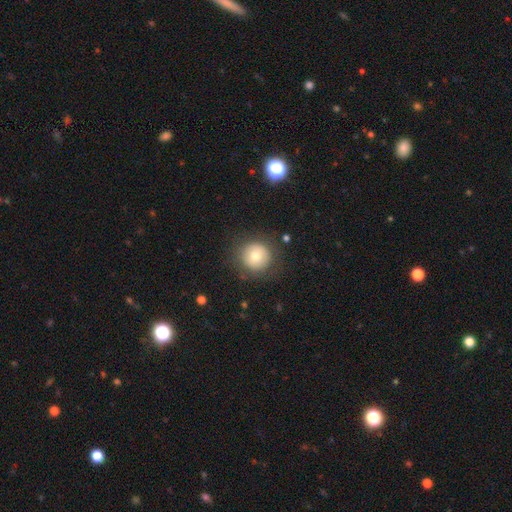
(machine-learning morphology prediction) smooth_or_featured: smooth (p=0.70) [alt: featured or disk p=0.20]
how_rounded: round (p=0.94) [alt: in between p=0.05]
merging: none (p=0.83) [alt: minor disturbance p=0.11]